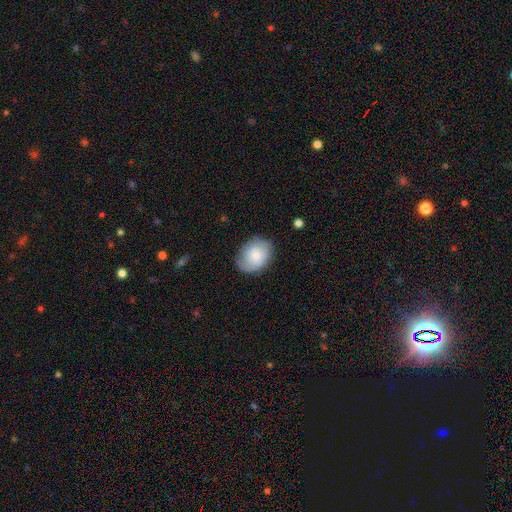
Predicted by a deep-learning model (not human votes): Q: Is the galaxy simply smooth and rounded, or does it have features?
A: smooth — 69%.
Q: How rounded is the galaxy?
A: in between — 61%.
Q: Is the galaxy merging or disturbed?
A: none — 73%.